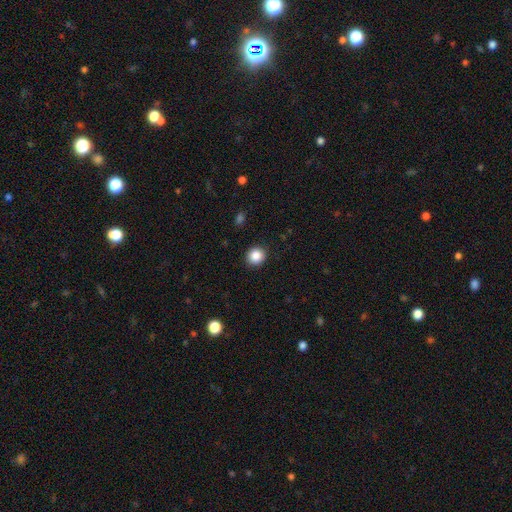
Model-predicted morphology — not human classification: The model was most divided on "smooth or featured": smooth: 87%, star or artifact: 10%, featured or disk: 4%. More confident: merging — none (91%); how rounded — round (89%).